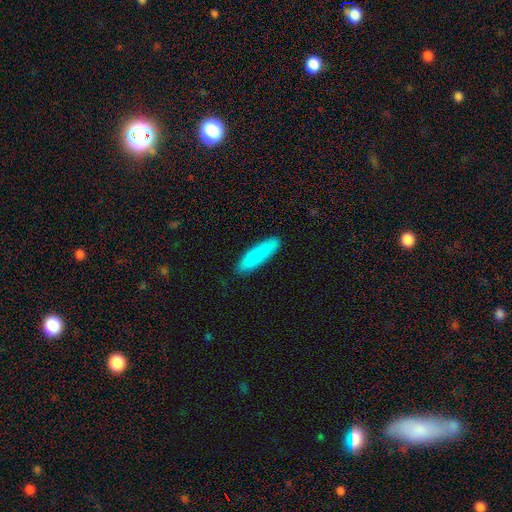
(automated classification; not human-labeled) Morphology: type=smooth (85%); roundness=cigar-shaped (68%); merging=none (85%).